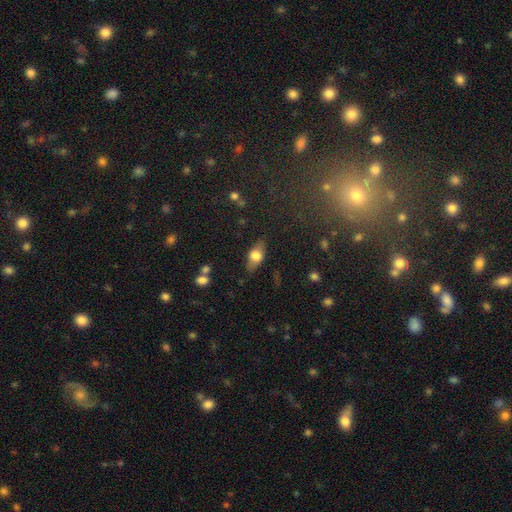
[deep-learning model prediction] A smooth galaxy with no disk features (64%) that is in between round and cigar-shaped (81%).

Vote fractions:
- Smooth or featured? smooth: 64% / featured or disk: 29% / star or artifact: 8%
- How rounded? in between: 81% / cigar-shaped: 12% / round: 7%
- Merging? none: 80% / minor disturbance: 15% / major disturbance: 3% / merger: 2%